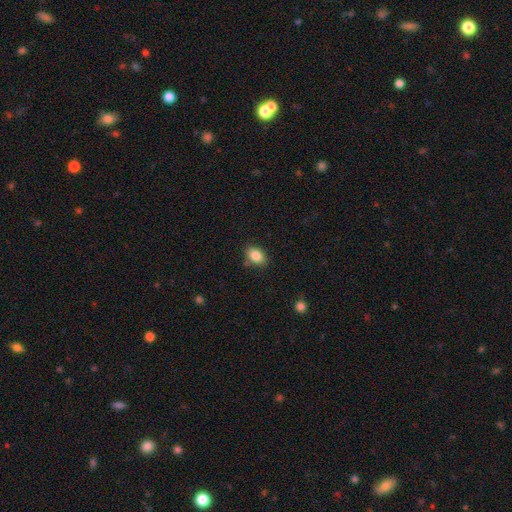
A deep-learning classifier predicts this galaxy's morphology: The model was most divided on "how rounded": in between: 77%, round: 22%, cigar-shaped: 1%. More confident: smooth or featured — smooth (85%); merging — none (80%).